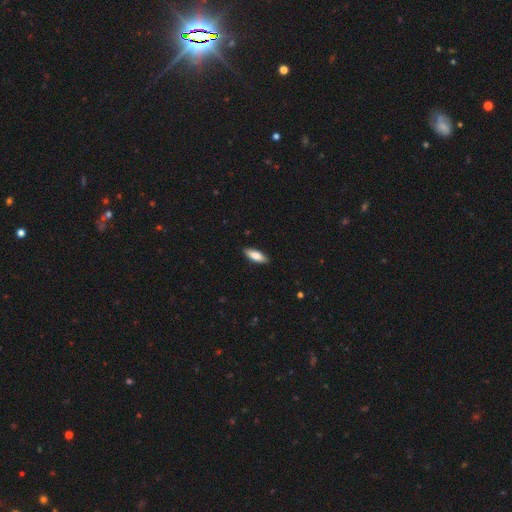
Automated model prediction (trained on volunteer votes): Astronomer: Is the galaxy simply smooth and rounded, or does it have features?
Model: smooth — 79%.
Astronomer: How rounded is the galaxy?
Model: in between — 66%.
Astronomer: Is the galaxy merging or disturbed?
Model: none — 89%.